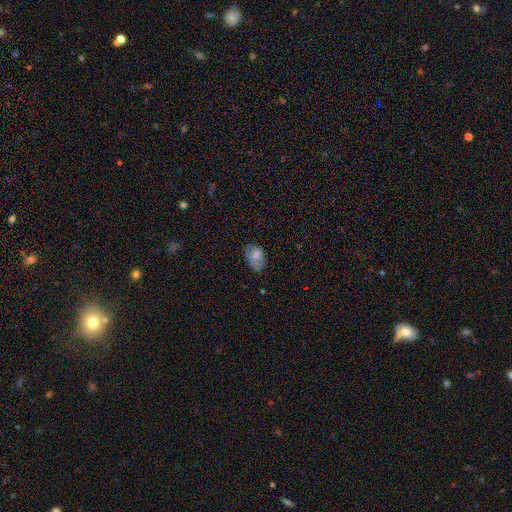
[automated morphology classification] type=smooth (71%); roundness=in between (84%); merging=none (51%).